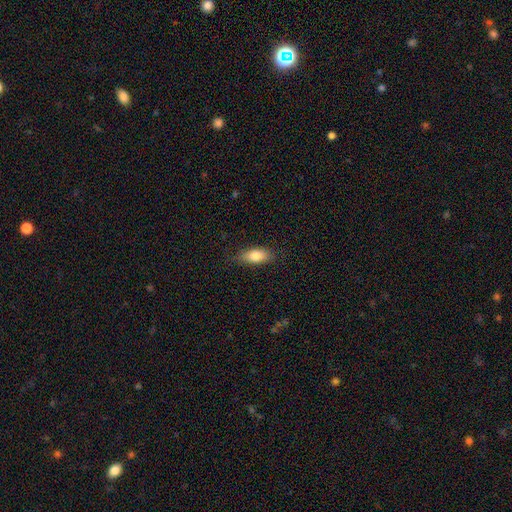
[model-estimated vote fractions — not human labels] The model was most divided on "merging": none: 80%, minor disturbance: 15%, major disturbance: 4%, merger: 1%. More confident: how rounded — in between (84%); smooth or featured — smooth (81%).